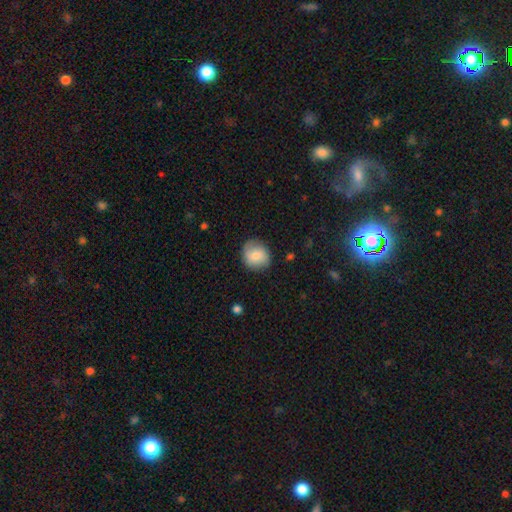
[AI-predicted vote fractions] Smooth or featured? smooth (73%)
How rounded? round (83%)
Merging? none (83%)